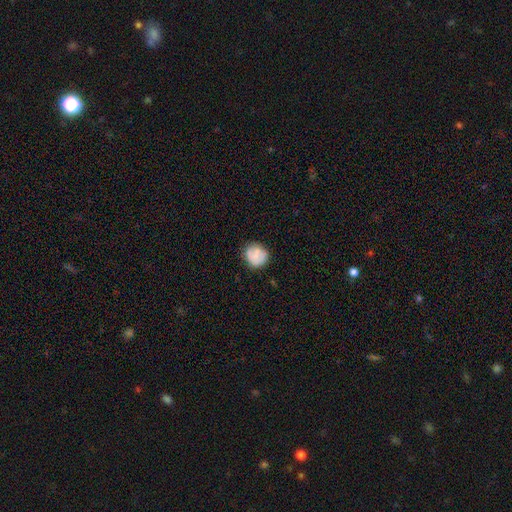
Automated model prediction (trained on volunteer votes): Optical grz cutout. It shows a smooth galaxy with no disk features (75%) that is round (82%). Merging: none (77%).